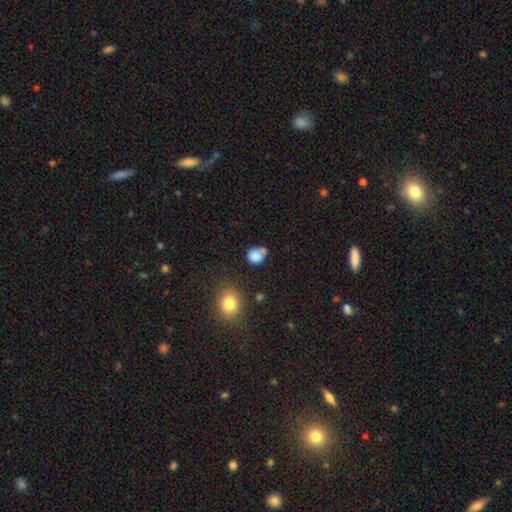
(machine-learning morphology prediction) type=smooth (82%); roundness=round (63%); merging=none (49%).